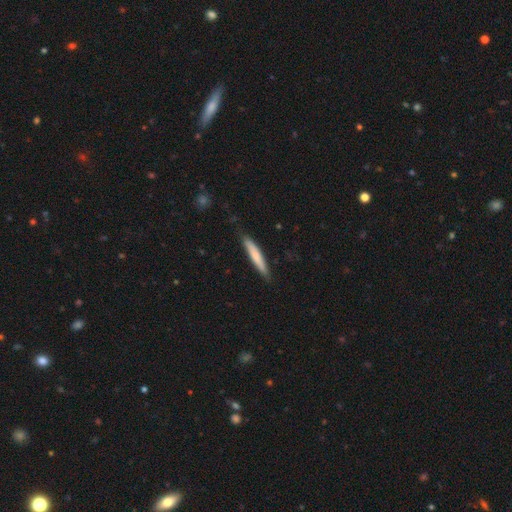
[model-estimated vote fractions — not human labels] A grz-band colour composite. It shows a smooth galaxy with no disk features (68%) that is cigar-shaped (93%). Merging: none (84%).